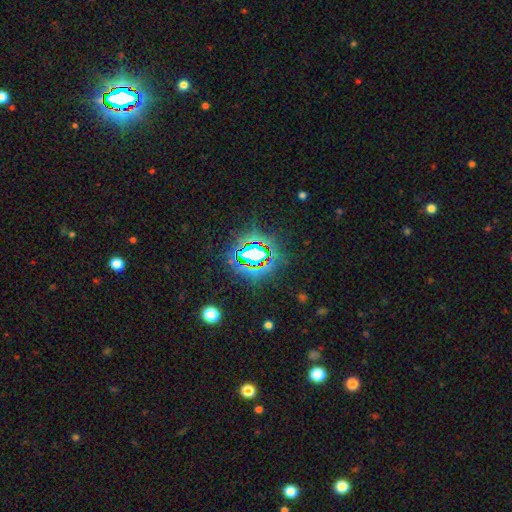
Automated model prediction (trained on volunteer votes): This appears to be a star or artifact, not a galaxy (75%).